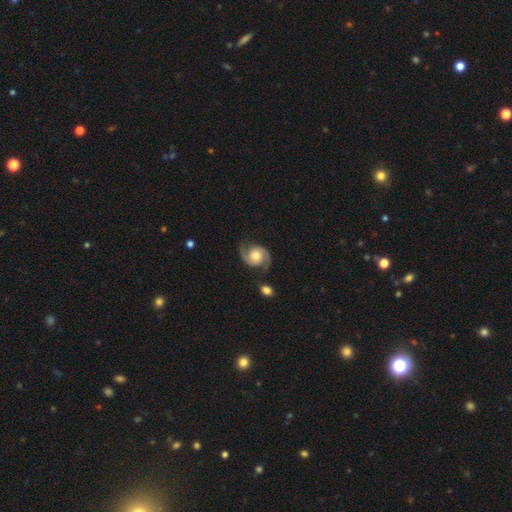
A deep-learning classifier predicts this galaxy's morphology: Q: Smooth or featured?
A: featured or disk (87%); runner-up: smooth (8%)
Q: Edge-on disk?
A: no (98%); runner-up: yes (2%)
Q: Bar?
A: no (72%); runner-up: weak (23%)
Q: Spiral arms?
A: yes (97%); runner-up: no (3%)
Q: Spiral winding?
A: medium (53%); runner-up: loose (24%)
Q: Spiral arm count?
A: 2 (94%); runner-up: can't tell (2%)
Q: Bulge size?
A: moderate (55%); runner-up: large (23%)
Q: Merging?
A: none (77%); runner-up: minor disturbance (14%)